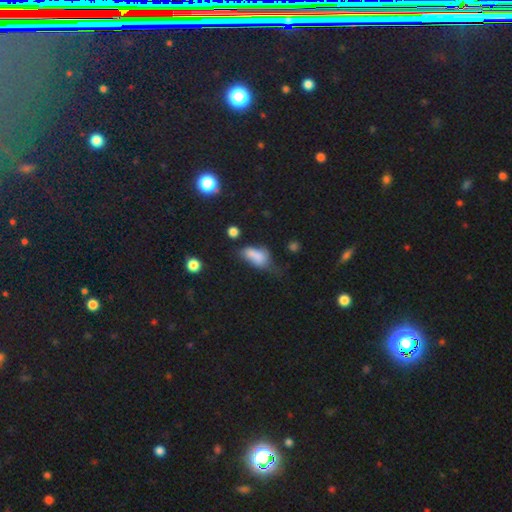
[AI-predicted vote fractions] This appears to be a smooth galaxy with no disk features (72%) that is in between round and cigar-shaped (85%). Merging: minor disturbance (31%).